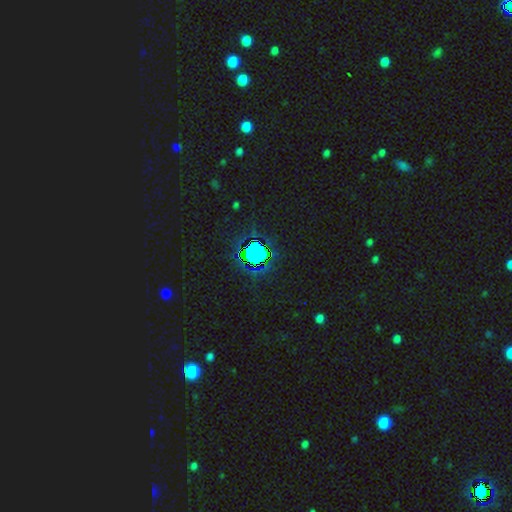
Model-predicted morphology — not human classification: Overall: star or artifact (73%).